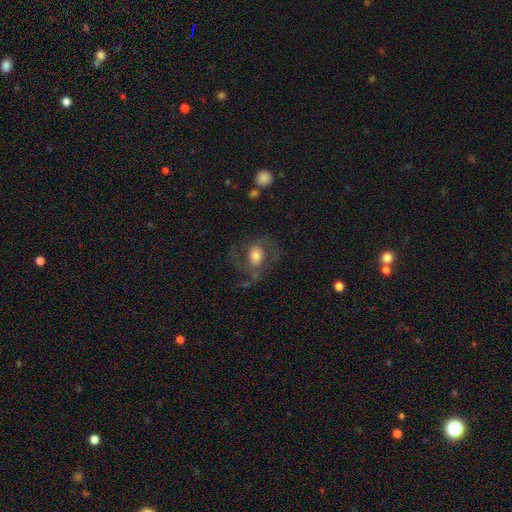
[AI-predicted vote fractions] featured or disk 64%, smooth 28%, star or artifact 8%. Down the decision tree: edge-on disk — no (97%); bar — no (55%); spiral arms — yes (82%); spiral arm count — 2 (79%); spiral winding — medium (54%); bulge size — moderate (47%); merging — none (57%).